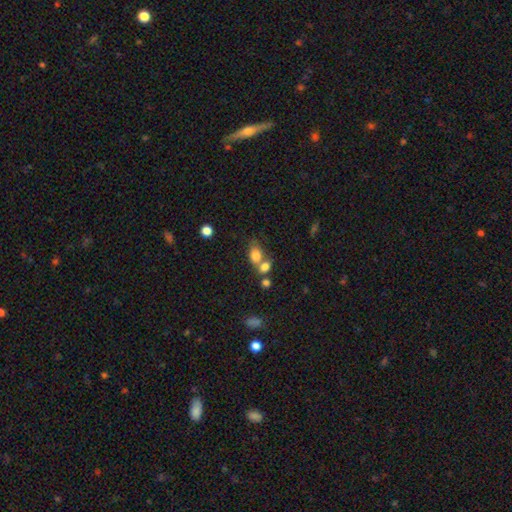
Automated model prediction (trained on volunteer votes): smooth_or_featured: smooth (p=0.79) [alt: star or artifact p=0.11]
how_rounded: in between (p=0.69) [alt: round p=0.29]
merging: merger (p=0.48) [alt: none p=0.34]